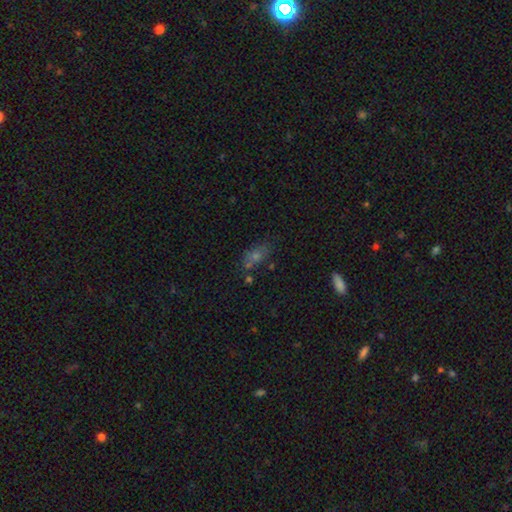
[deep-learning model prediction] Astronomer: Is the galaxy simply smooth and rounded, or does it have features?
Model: smooth — 57%.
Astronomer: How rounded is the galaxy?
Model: in between — 71%.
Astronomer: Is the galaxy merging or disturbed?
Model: none — 61%.